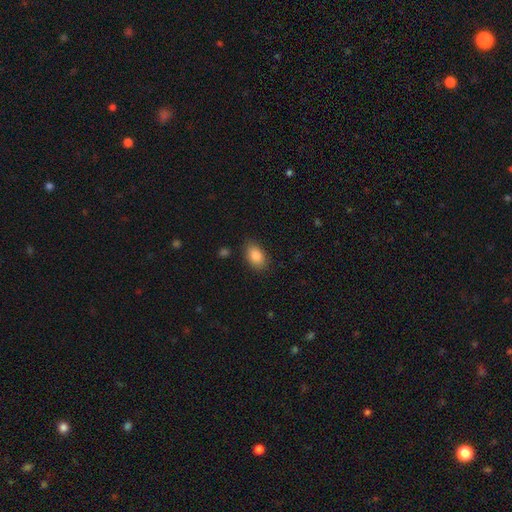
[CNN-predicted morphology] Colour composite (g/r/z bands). It shows a smooth galaxy with no disk features (86%) that is in between round and cigar-shaped (88%). Merging: none (83%).